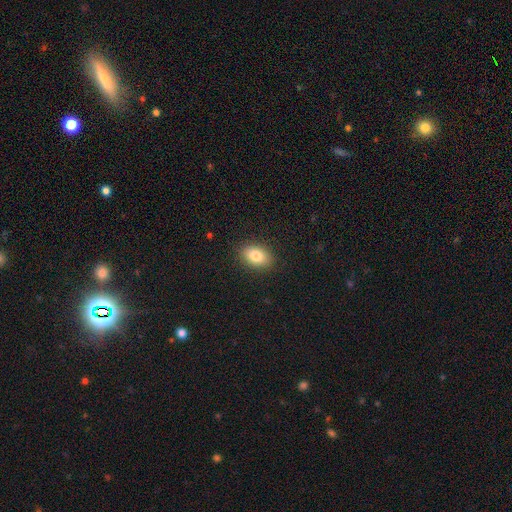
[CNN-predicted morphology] smooth 82%, featured or disk 9%, star or artifact 9%. Down the decision tree: how rounded — in between (84%); merging — none (89%).